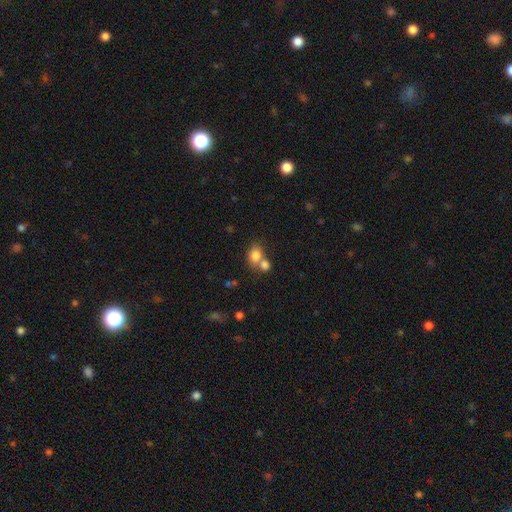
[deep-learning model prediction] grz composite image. It shows a smooth galaxy with no disk features (80%) that is in between round and cigar-shaped (53%). Merging: merger (48%).